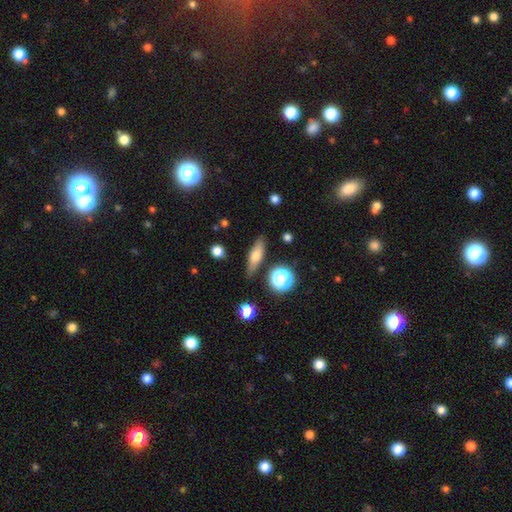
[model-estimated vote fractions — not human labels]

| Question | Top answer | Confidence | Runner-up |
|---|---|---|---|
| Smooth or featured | smooth | 60% | featured or disk (31%) |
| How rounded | cigar-shaped | 50% | in between (42%) |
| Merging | none | 81% | minor disturbance (13%) |